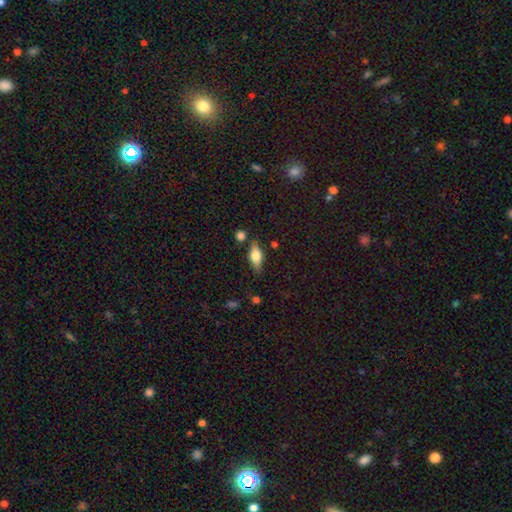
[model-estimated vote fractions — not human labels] Smooth or featured?
  - smooth: 56% *
  - featured or disk: 37%
  - star or artifact: 8%
How rounded?
  - in between: 70% *
  - cigar-shaped: 26%
  - round: 5%
Merging?
  - none: 77% *
  - minor disturbance: 14%
  - merger: 5%
  - major disturbance: 4%